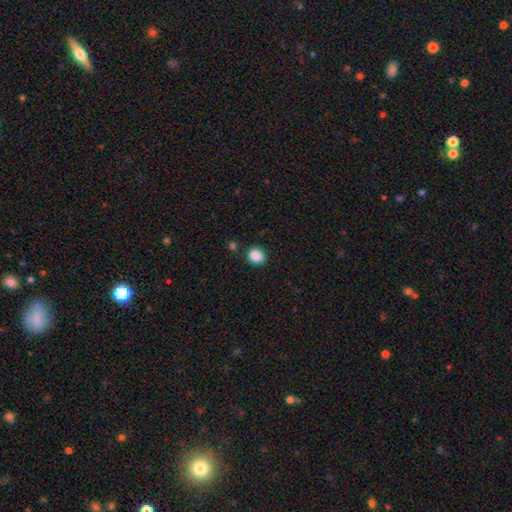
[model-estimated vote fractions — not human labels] smooth 88%, star or artifact 9%, featured or disk 3%. Down the decision tree: how rounded — round (74%); merging — none (86%).